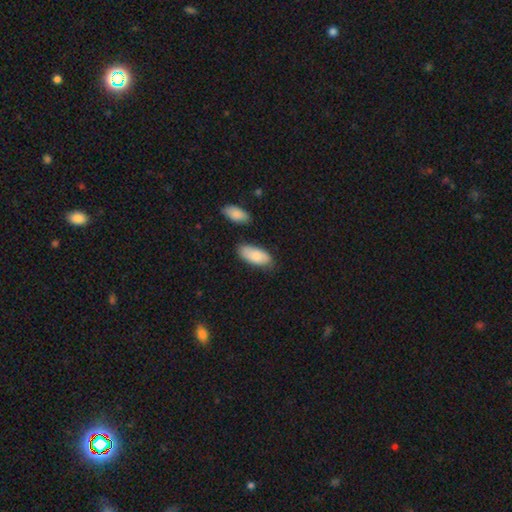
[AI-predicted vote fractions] Smooth or featured? Predicted: smooth (p=0.83). How rounded? Predicted: in between (p=0.90). Merging? Predicted: none (p=0.72).